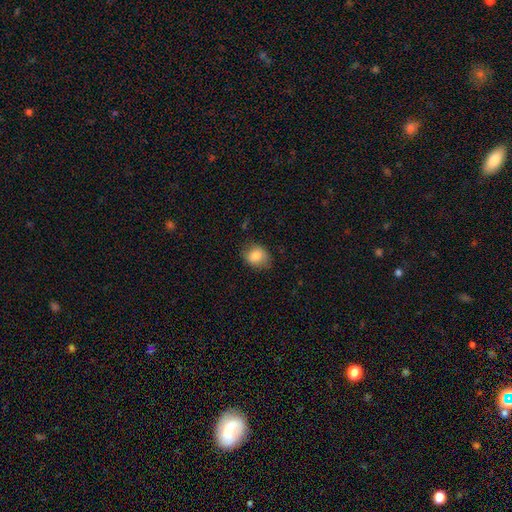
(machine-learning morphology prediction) The model was most divided on "how rounded": round: 53%, in between: 46%, cigar-shaped: 1%. More confident: smooth or featured — smooth (83%); merging — none (76%).